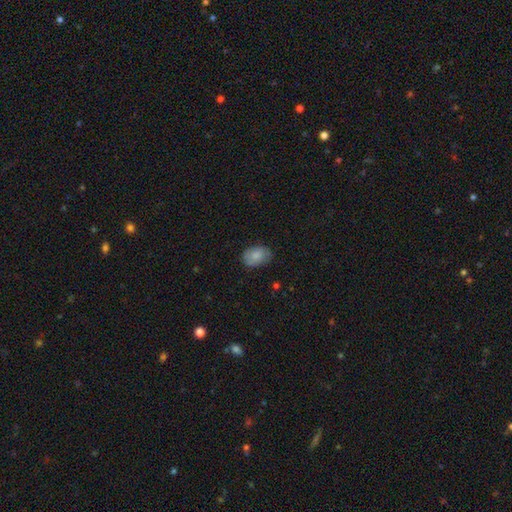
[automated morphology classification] The model was most divided on "merging": none: 74%, minor disturbance: 20%, major disturbance: 4%, merger: 1%. More confident: how rounded — in between (84%); smooth or featured — smooth (80%).